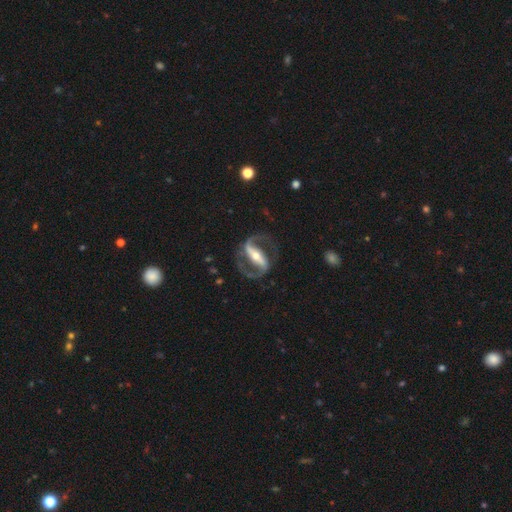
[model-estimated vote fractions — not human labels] Smooth or featured? Predicted: featured or disk (p=0.92). Edge-on disk? Predicted: no (p=0.94). Bar? Predicted: strong (p=0.76). Spiral arms? Predicted: yes (p=0.96). Spiral winding? Predicted: medium (p=0.57). Spiral arm count? Predicted: 2 (p=0.93). Bulge size? Predicted: moderate (p=0.52). Merging? Predicted: none (p=0.80).